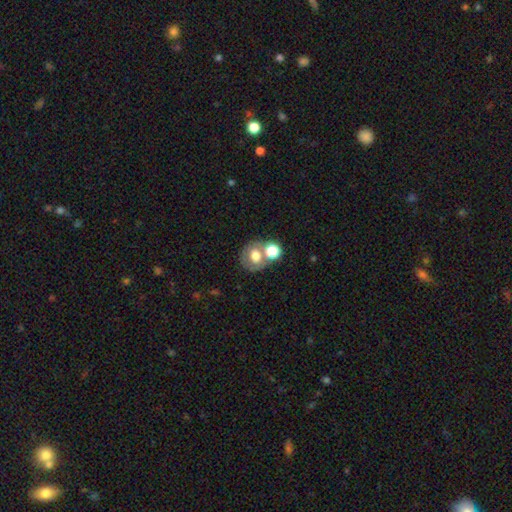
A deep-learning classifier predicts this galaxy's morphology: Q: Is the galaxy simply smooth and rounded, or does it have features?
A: smooth — 60%.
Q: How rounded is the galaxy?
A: round — 73%.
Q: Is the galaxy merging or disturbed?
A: none — 50%.